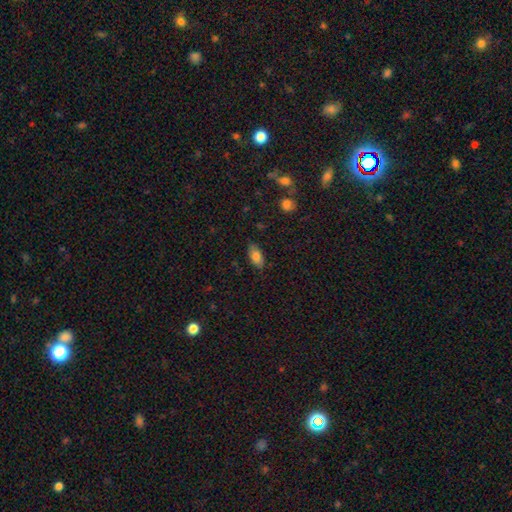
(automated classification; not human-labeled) A smooth galaxy with no disk features (79%) that is in between round and cigar-shaped (91%).

Vote fractions:
- Smooth or featured? smooth: 79% / featured or disk: 13% / star or artifact: 8%
- How rounded? in between: 91% / cigar-shaped: 6% / round: 4%
- Merging? none: 81% / minor disturbance: 15% / major disturbance: 3% / merger: 1%